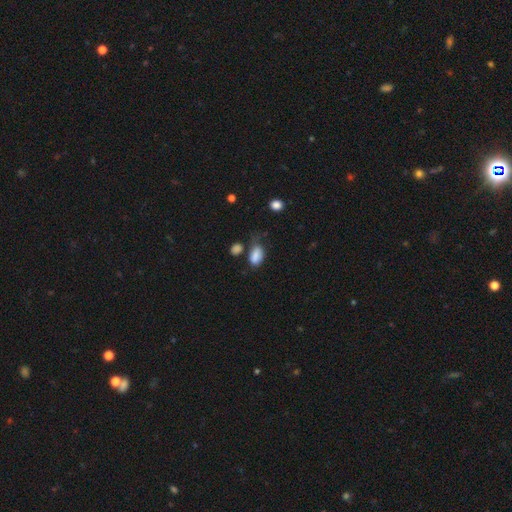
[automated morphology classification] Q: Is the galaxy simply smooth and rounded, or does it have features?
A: smooth — 83%.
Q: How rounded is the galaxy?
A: in between — 89%.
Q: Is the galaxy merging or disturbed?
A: none — 40%.